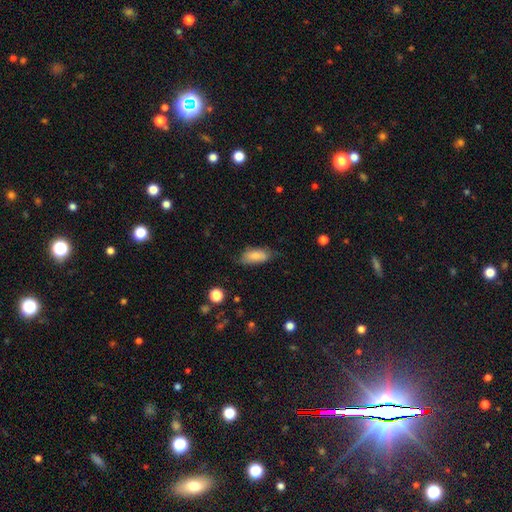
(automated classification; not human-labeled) A smooth galaxy with no disk features (82%) that is in between round and cigar-shaped (83%). Merging: none (64%).